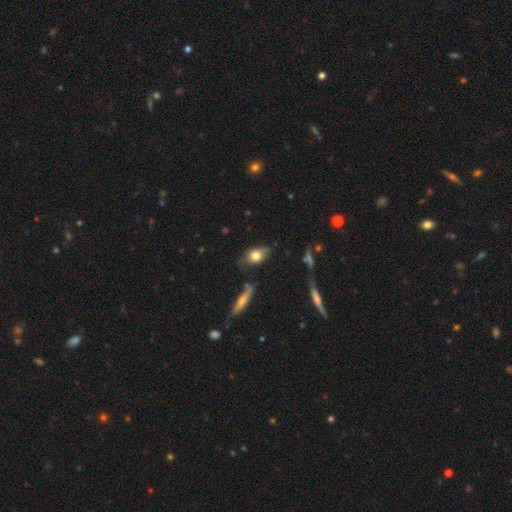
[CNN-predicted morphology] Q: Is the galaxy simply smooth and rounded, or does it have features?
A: smooth — 67%.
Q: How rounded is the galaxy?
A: in between — 79%.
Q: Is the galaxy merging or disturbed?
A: none — 56%.